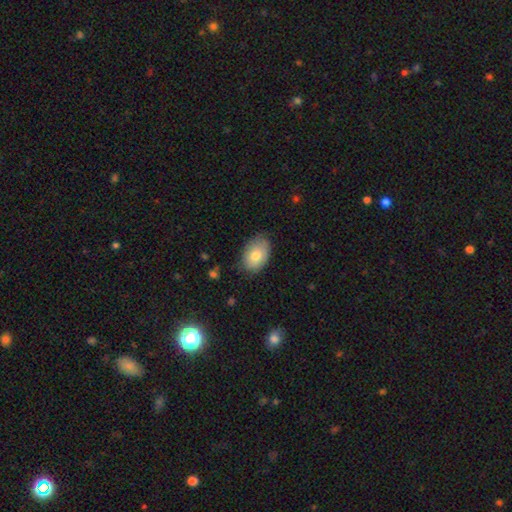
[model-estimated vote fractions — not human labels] Morphology: type=smooth (78%); roundness=in between (85%); merging=none (72%).